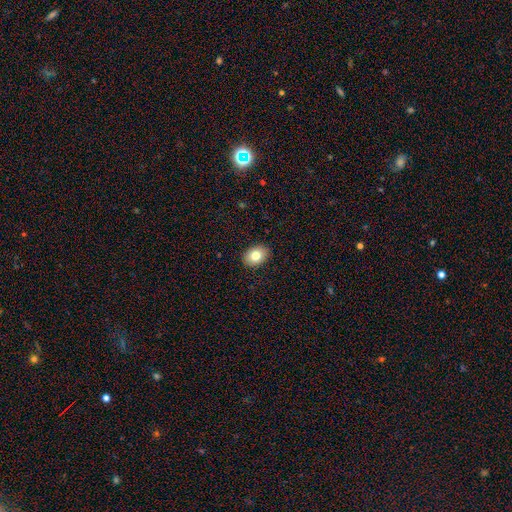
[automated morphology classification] smooth 79%, featured or disk 12%, star or artifact 8%. Down the decision tree: how rounded — in between (75%); merging — none (90%).